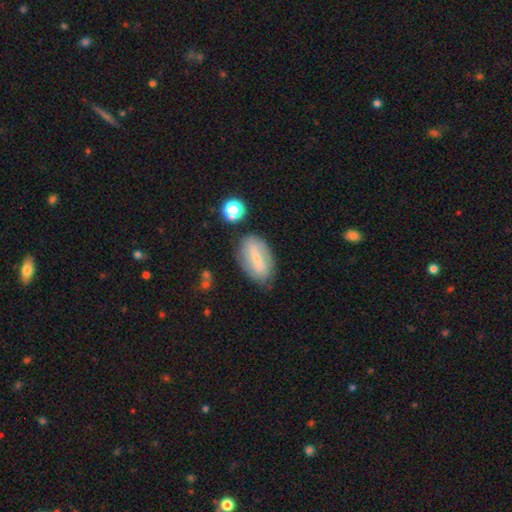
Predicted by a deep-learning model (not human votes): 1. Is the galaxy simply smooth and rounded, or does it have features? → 51% smooth, 40% featured or disk, 8% star or artifact.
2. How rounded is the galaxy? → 87% in between, 6% cigar-shaped, 6% round.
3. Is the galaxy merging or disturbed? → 76% none, 16% minor disturbance, 5% major disturbance, 3% merger.